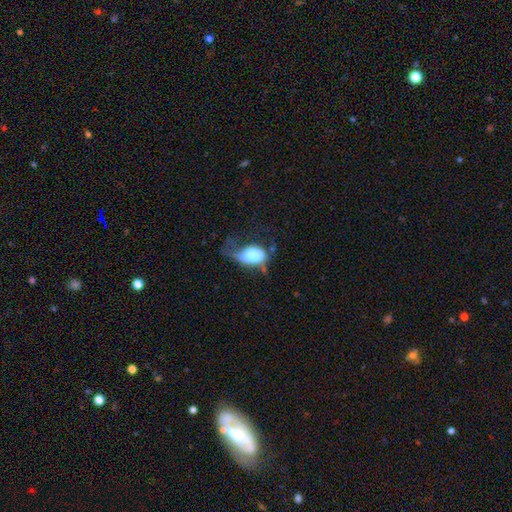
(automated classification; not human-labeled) Smooth or featured: smooth — 60% (featured or disk — 31%)
How rounded: in between — 85% (round — 12%)
Merging: major disturbance — 48% (minor disturbance — 23%)